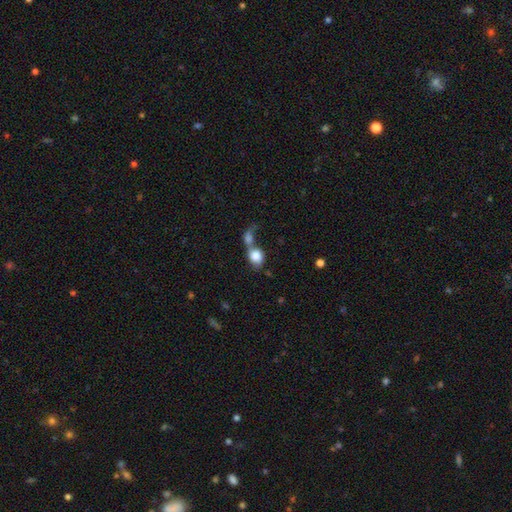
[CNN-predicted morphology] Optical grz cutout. It shows a smooth galaxy with no disk features (80%) that is round (58%). Merging: merger (66%).